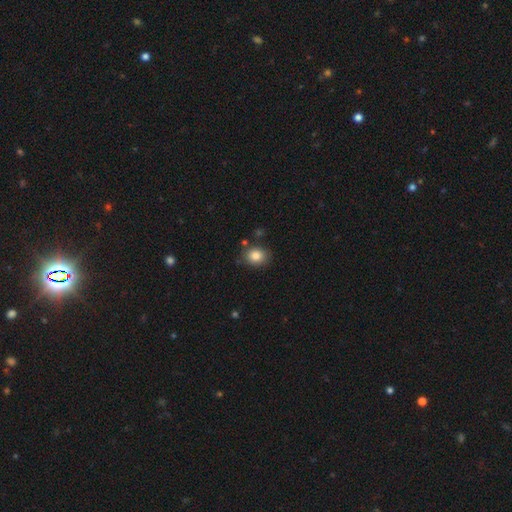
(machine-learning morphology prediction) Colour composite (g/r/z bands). It shows a smooth galaxy with no disk features (83%) that is round (63%). Merging: none (82%).